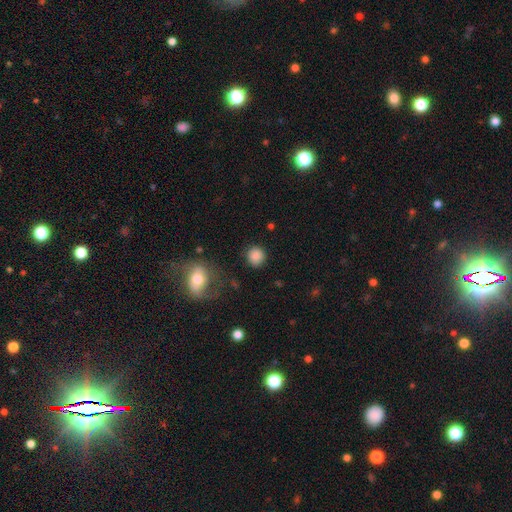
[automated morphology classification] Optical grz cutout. It shows a smooth galaxy with no disk features (86%) that is round (89%). Merging: none (85%).